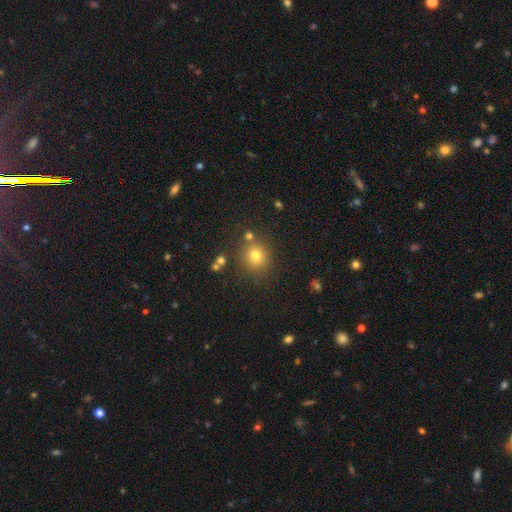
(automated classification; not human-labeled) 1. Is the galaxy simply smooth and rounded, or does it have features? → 75% smooth, 16% star or artifact, 8% featured or disk.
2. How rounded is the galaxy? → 89% round, 10% in between, 1% cigar-shaped.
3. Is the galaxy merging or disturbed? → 80% none, 9% minor disturbance, 8% merger, 3% major disturbance.